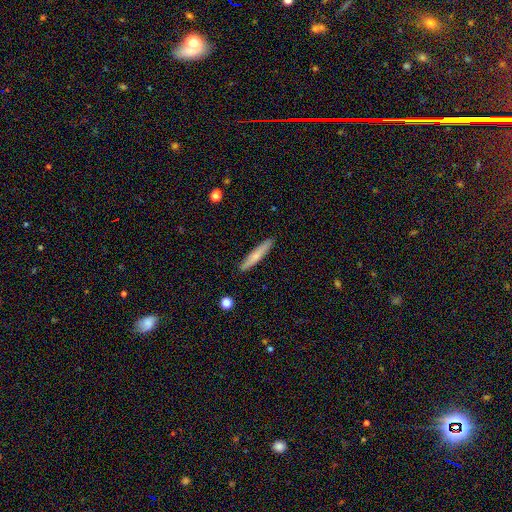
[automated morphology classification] smooth_or_featured: smooth (p=0.63) [alt: featured or disk p=0.31]
how_rounded: cigar-shaped (p=0.92) [alt: in between p=0.06]
merging: none (p=0.90) [alt: minor disturbance p=0.07]